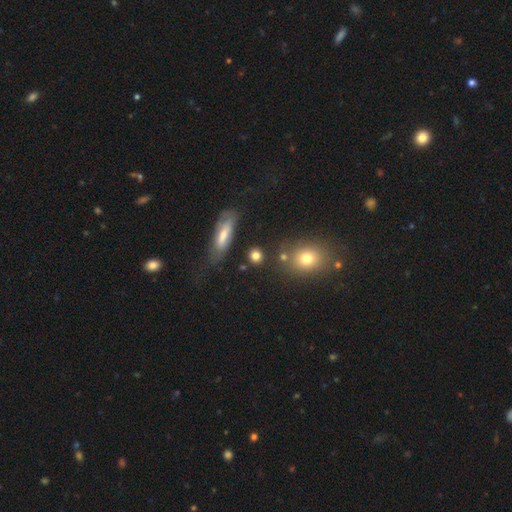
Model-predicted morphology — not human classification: smooth-or-featured: smooth: 79% | star or artifact: 11% | featured or disk: 10%
  how-rounded: round: 77% | in between: 18% | cigar-shaped: 5%
  merging: none: 77% | minor disturbance: 11% | merger: 8% | major disturbance: 4%